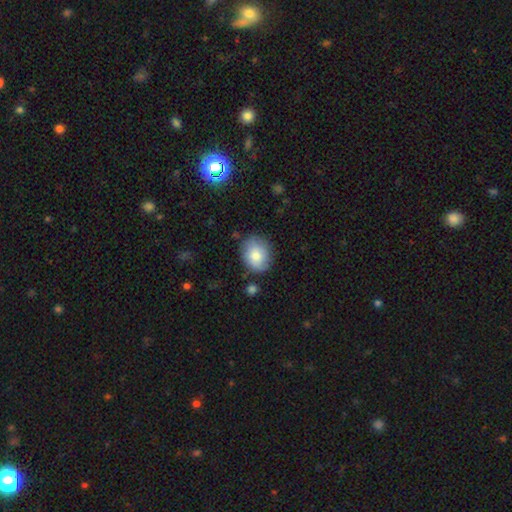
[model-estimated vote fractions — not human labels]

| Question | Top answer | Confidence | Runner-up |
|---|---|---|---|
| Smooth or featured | smooth | 79% | featured or disk (13%) |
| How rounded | round | 51% | in between (48%) |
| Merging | none | 76% | minor disturbance (17%) |